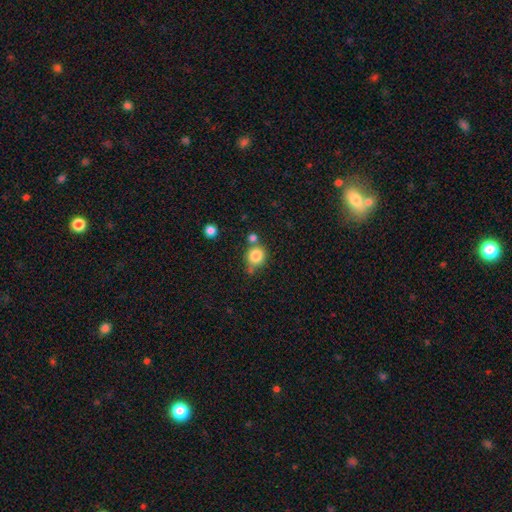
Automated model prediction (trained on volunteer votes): Q: Smooth or featured?
A: smooth (83%); runner-up: star or artifact (10%)
Q: How rounded?
A: round (83%); runner-up: in between (16%)
Q: Merging?
A: none (60%); runner-up: merger (21%)